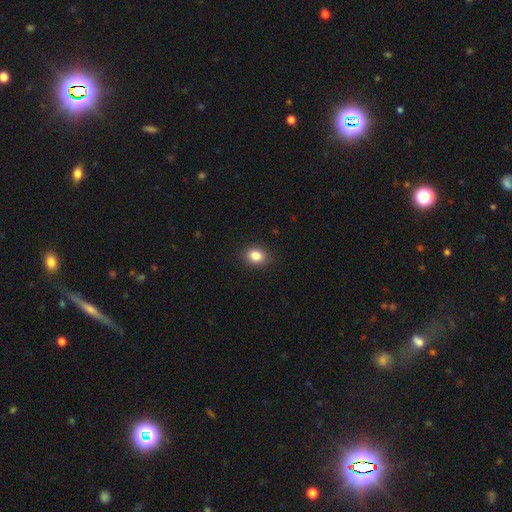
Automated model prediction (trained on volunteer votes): This appears to be a smooth galaxy with no disk features (85%) that is in between round and cigar-shaped (54%). Merging: none (88%).